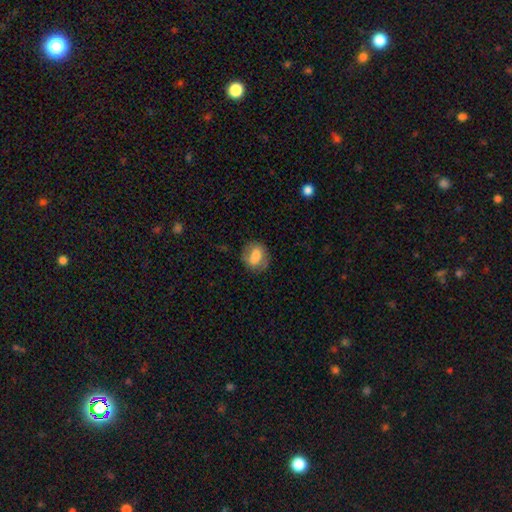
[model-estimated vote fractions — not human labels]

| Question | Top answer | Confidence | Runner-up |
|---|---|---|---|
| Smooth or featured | smooth | 68% | featured or disk (24%) |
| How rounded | round | 57% | in between (42%) |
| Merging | none | 73% | minor disturbance (18%) |